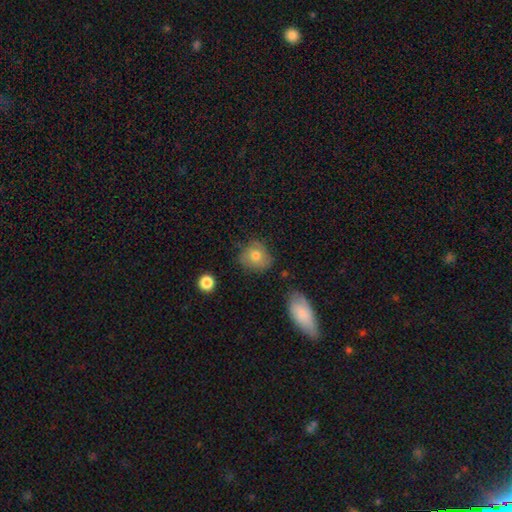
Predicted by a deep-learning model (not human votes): The model was most divided on "merging": none: 65%, minor disturbance: 24%, major disturbance: 8%, merger: 2%. More confident: how rounded — round (73%); smooth or featured — smooth (67%).